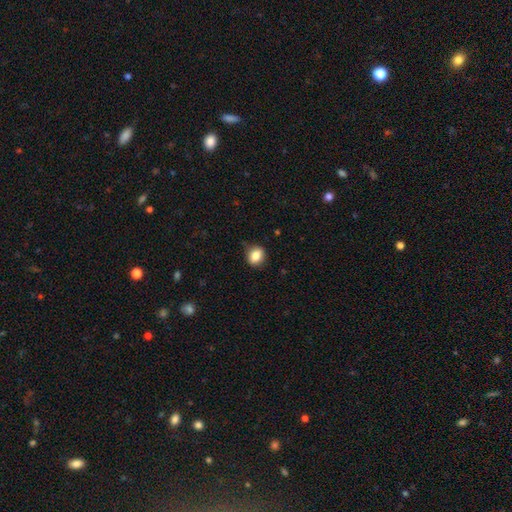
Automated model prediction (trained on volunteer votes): Smooth or featured? Predicted: smooth (p=0.84). How rounded? Predicted: round (p=0.63). Merging? Predicted: none (p=0.85).